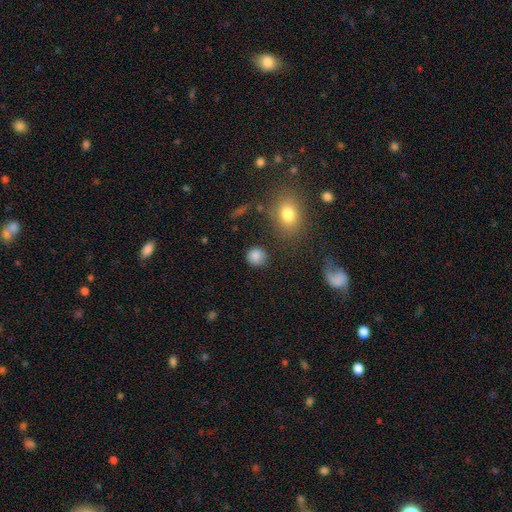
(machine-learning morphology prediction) Overall: smooth (84%). How rounded: round (87%). Merging: none (86%).